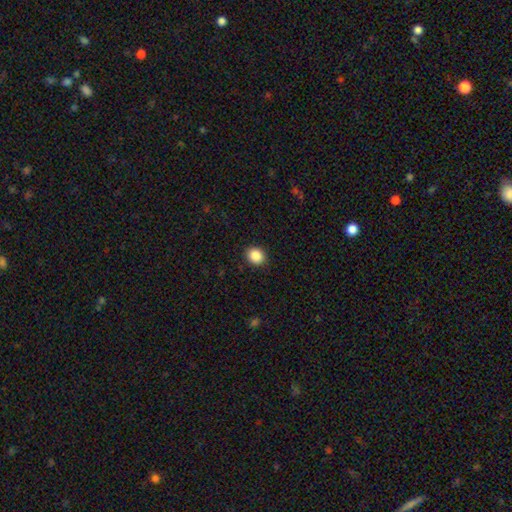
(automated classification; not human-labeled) Smooth or featured? smooth (88%)
How rounded? round (64%)
Merging? none (91%)